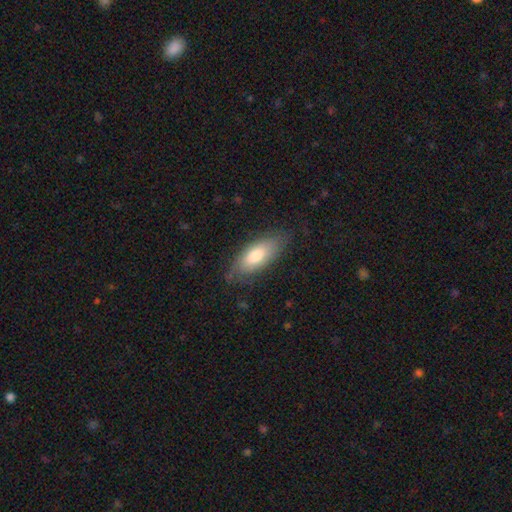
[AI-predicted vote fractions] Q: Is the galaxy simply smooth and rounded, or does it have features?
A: smooth — 72%.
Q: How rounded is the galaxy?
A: in between — 79%.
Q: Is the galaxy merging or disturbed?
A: none — 77%.